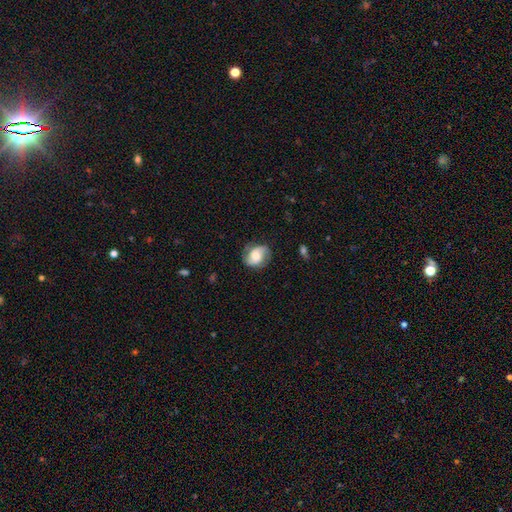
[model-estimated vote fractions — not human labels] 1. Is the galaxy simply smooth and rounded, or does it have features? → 59% featured or disk, 33% smooth, 8% star or artifact.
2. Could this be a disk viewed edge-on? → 97% no, 3% yes.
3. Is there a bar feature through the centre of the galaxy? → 58% no, 33% weak, 10% strong.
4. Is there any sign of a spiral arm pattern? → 90% yes, 10% no.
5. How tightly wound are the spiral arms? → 43% medium, 31% loose, 26% tight.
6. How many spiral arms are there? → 87% 2, 6% can't tell, 4% 1, 2% 3, 1% 4, 1% more than 4.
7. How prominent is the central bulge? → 54% moderate, 21% small, 19% large, 4% none, 3% dominant.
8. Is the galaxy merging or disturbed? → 75% none, 18% minor disturbance, 6% major disturbance, 1% merger.